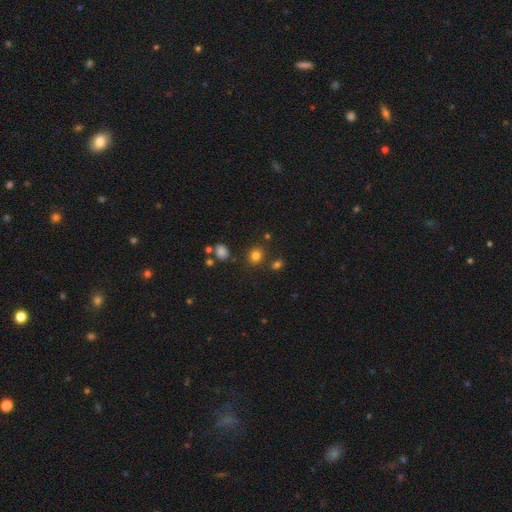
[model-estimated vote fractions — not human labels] A smooth galaxy with no disk features (79%) that is round (72%). Merging: none (81%).